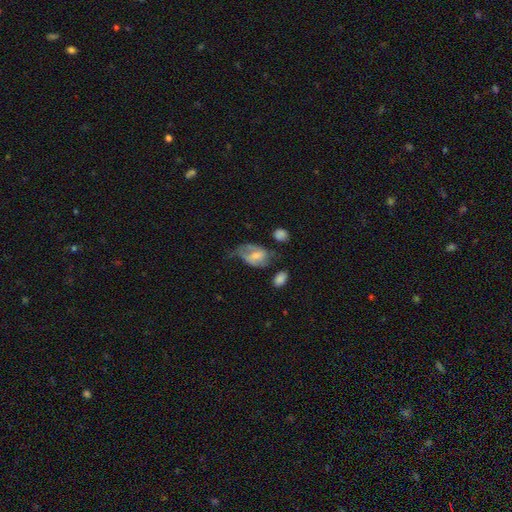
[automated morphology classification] This is possibly a featured or disk galaxy (46%, tied with smooth). Merging: marginally major disturbance (32%).